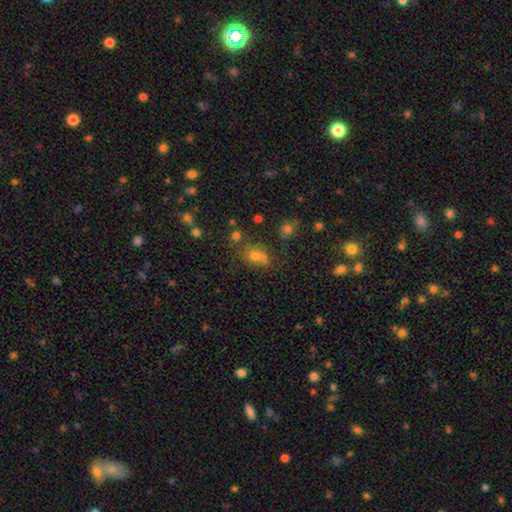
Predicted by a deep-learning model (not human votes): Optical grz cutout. It shows a smooth galaxy with no disk features (60%) that is round (50%). Merging: none (55%).